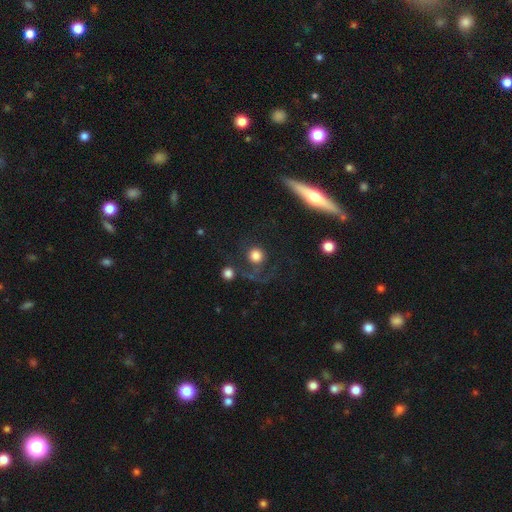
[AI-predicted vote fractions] This appears to be a smooth galaxy with no disk features (71%) that is round (91%). Merging: none (54%).